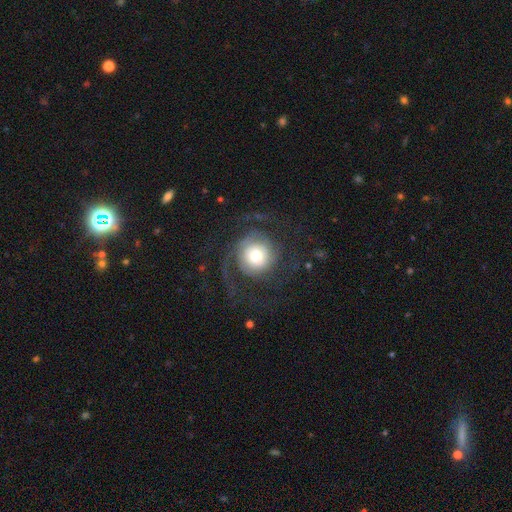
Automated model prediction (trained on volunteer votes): Q: Smooth or featured?
A: featured or disk (67%); runner-up: smooth (25%)
Q: Edge-on disk?
A: no (97%); runner-up: yes (3%)
Q: Bar?
A: no (78%); runner-up: weak (17%)
Q: Spiral arms?
A: yes (88%); runner-up: no (12%)
Q: Spiral winding?
A: medium (37%); runner-up: loose (36%)
Q: Spiral arm count?
A: 2 (47%); runner-up: can't tell (16%)
Q: Bulge size?
A: moderate (49%); runner-up: large (28%)
Q: Merging?
A: none (60%); runner-up: major disturbance (27%)